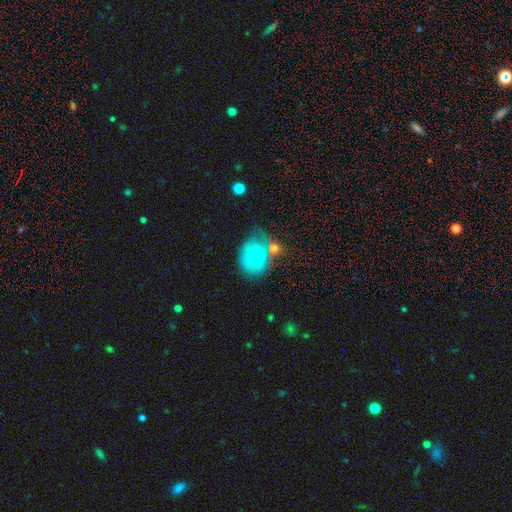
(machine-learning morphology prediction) A smooth galaxy with no disk features (57%) that is in between round and cigar-shaped (58%). Merging: none (42%).